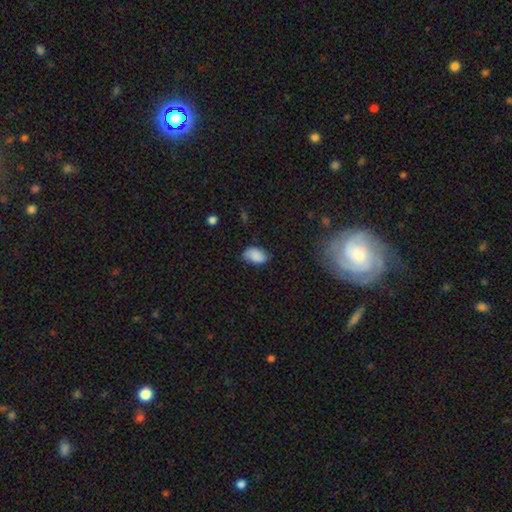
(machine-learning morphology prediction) smooth_or_featured: smooth (p=0.78) [alt: featured or disk p=0.14]
how_rounded: in between (p=0.92) [alt: round p=0.07]
merging: none (p=0.63) [alt: minor disturbance p=0.29]